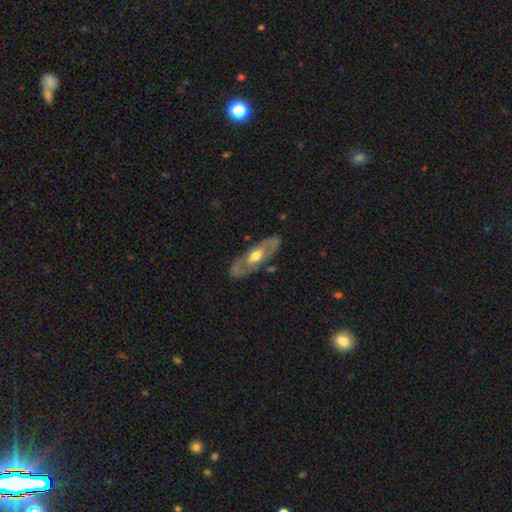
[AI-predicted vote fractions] Q: Smooth or featured?
A: featured or disk (65%); runner-up: smooth (30%)
Q: Edge-on disk?
A: no (75%); runner-up: yes (25%)
Q: Merging?
A: none (80%); runner-up: minor disturbance (14%)